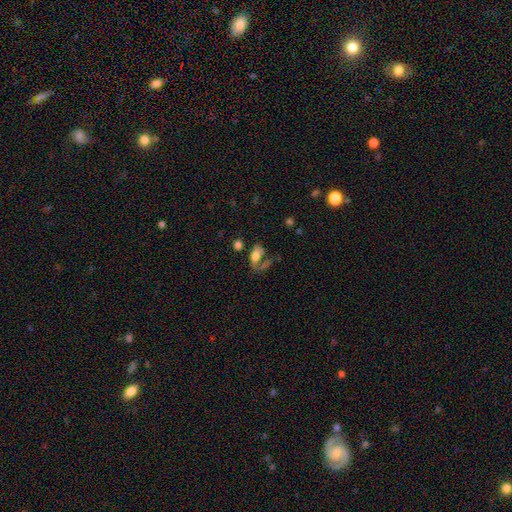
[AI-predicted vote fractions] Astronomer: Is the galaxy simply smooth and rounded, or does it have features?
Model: smooth — 63%.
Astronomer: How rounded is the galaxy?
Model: in between — 85%.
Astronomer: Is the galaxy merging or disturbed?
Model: none — 38% (runner-up: major disturbance, 23%).